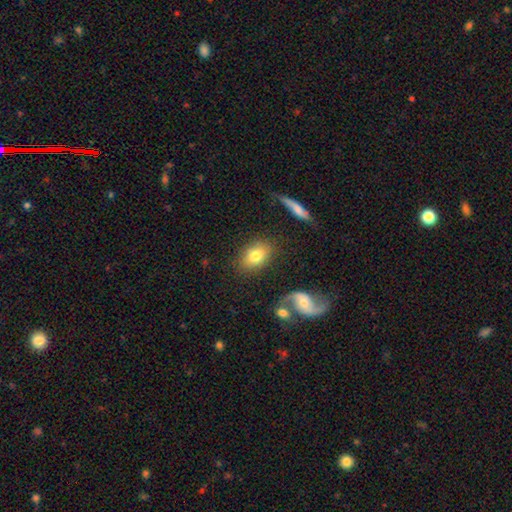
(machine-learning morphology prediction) A smooth galaxy with no disk features (78%) that is in between round and cigar-shaped (78%).

Vote fractions:
- Smooth or featured? smooth: 78% / featured or disk: 14% / star or artifact: 8%
- How rounded? in between: 78% / round: 20% / cigar-shaped: 2%
- Merging? none: 79% / minor disturbance: 12% / merger: 5% / major disturbance: 4%